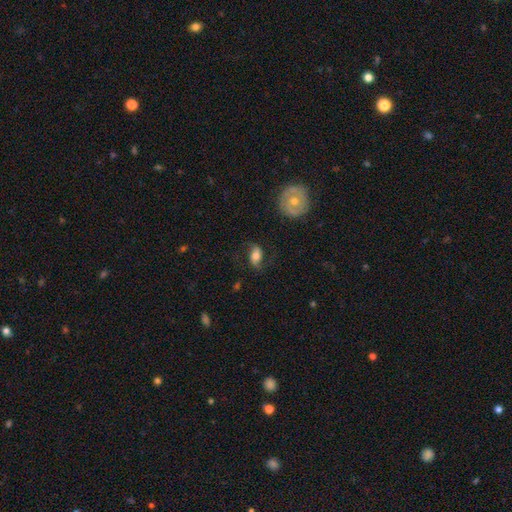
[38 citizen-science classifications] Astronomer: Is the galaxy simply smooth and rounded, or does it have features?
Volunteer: smooth — 50% (runner-up: featured or disk, 45%).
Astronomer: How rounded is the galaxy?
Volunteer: in between — 95%.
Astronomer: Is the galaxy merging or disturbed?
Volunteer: none — 61%.